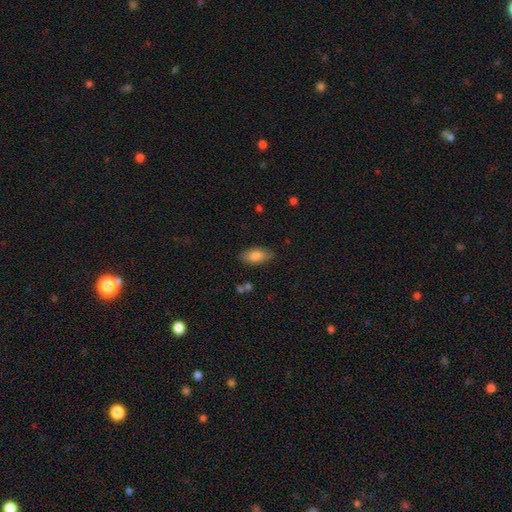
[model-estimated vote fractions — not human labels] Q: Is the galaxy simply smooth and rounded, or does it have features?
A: smooth — 84%.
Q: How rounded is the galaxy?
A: in between — 92%.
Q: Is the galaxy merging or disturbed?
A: none — 83%.